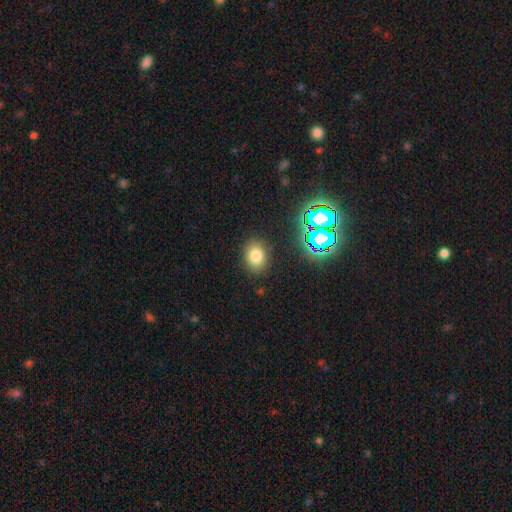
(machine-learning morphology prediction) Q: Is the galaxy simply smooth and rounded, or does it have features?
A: smooth — 76%.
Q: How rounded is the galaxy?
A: in between — 63%.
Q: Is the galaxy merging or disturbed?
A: none — 86%.